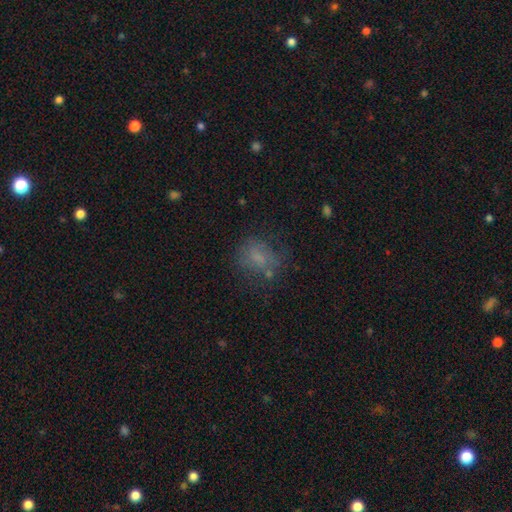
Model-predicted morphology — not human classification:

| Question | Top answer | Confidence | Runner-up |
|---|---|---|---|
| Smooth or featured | smooth | 62% | featured or disk (21%) |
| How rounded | round | 56% | in between (42%) |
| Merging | none | 58% | minor disturbance (21%) |